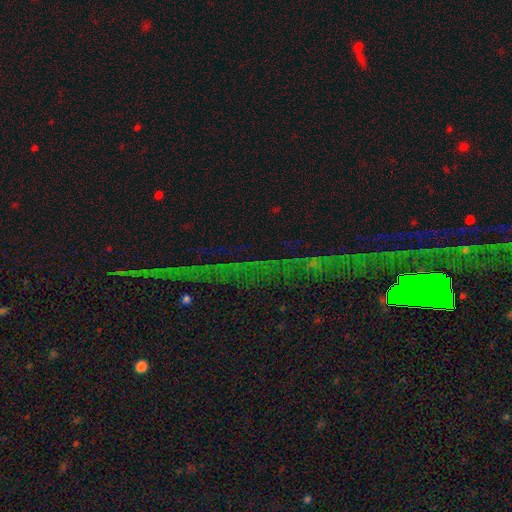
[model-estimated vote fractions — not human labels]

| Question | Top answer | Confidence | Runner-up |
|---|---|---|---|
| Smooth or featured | star or artifact | 78% | smooth (11%) |